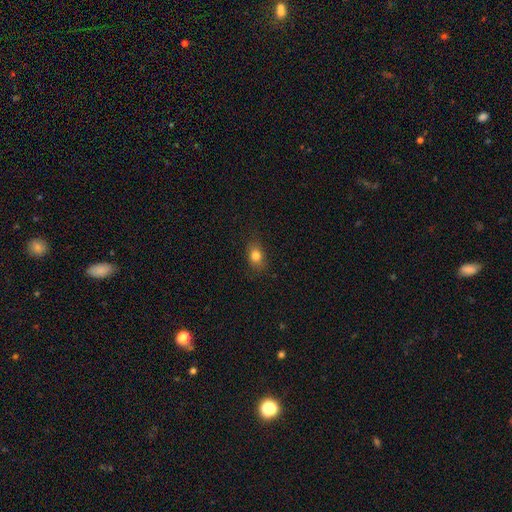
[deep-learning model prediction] Smooth or featured: smooth — 81% (star or artifact — 11%)
How rounded: in between — 68% (round — 30%)
Merging: none — 82% (minor disturbance — 13%)